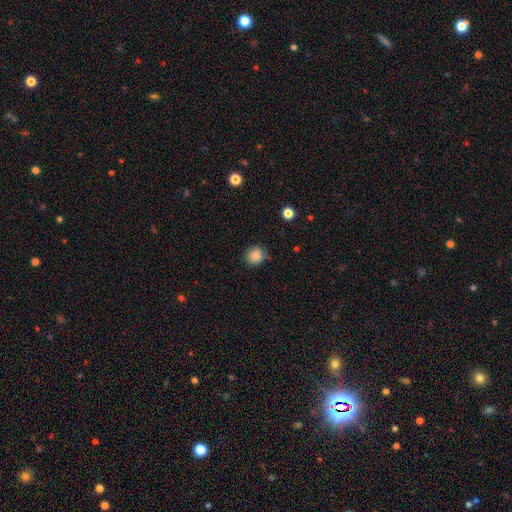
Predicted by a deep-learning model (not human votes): Smooth or featured: smooth — 85% (star or artifact — 10%)
How rounded: round — 82% (in between — 17%)
Merging: none — 78% (minor disturbance — 17%)